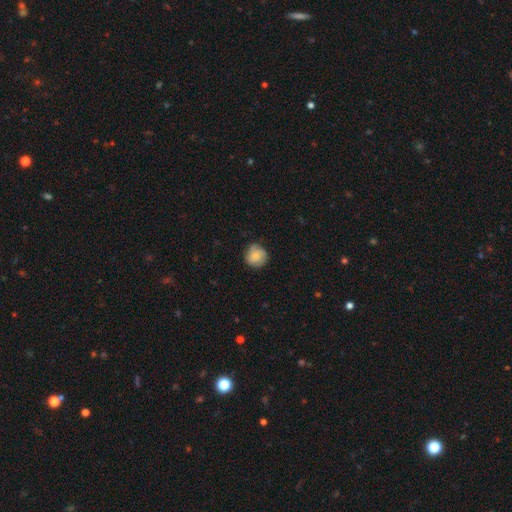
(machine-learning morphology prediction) smooth_or_featured: smooth (p=0.71) [alt: featured or disk p=0.21]
how_rounded: round (p=0.88) [alt: in between p=0.11]
merging: none (p=0.72) [alt: minor disturbance p=0.22]